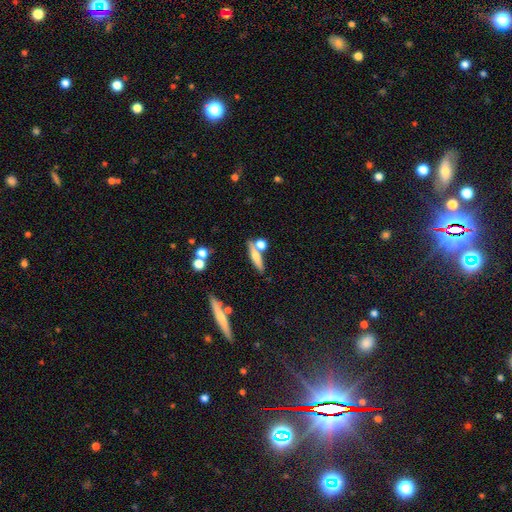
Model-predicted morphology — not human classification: The model was most divided on "smooth or featured": smooth: 56%, featured or disk: 35%, star or artifact: 9%. More confident: how rounded — cigar-shaped (69%); merging — none (61%).